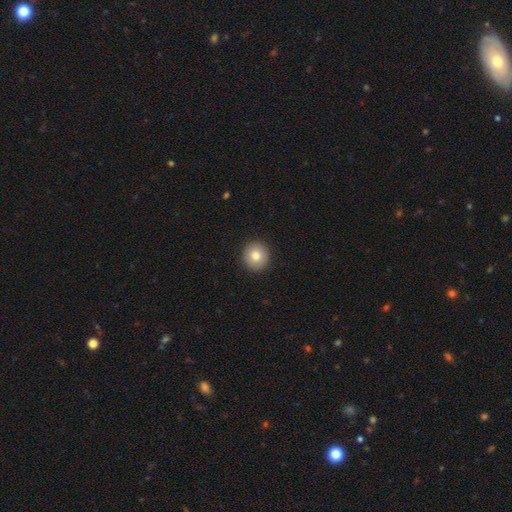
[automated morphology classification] Smooth or featured? Predicted: smooth (p=0.82). How rounded? Predicted: round (p=0.93). Merging? Predicted: none (p=0.93).